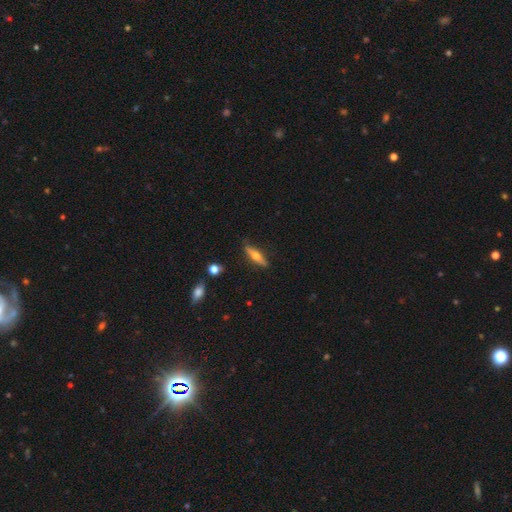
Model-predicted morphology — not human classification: This is possibly a smooth galaxy (47%). Merging: clearly none (85%).